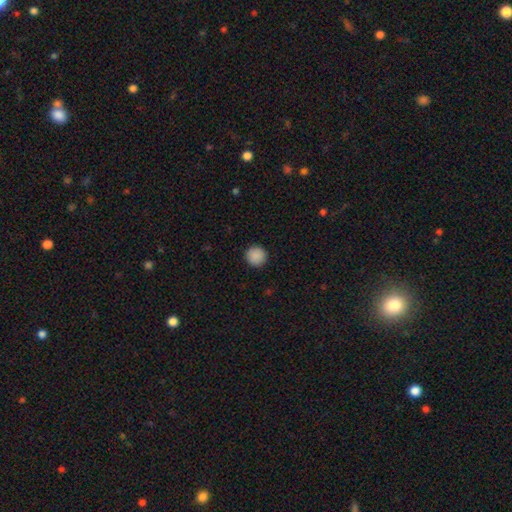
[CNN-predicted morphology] This appears to be a smooth galaxy with no disk features (89%) that is round (96%). Merging: none (93%).